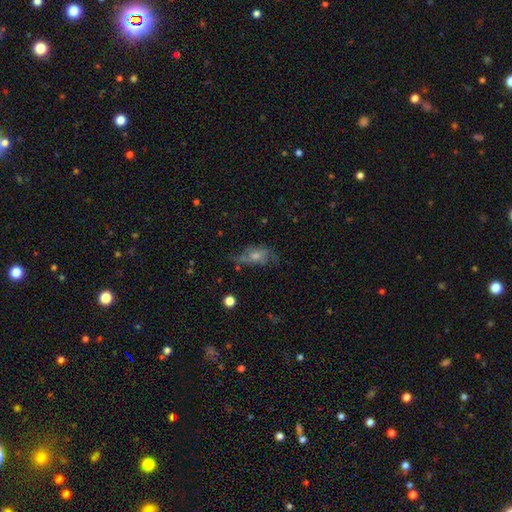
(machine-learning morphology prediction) type=featured or disk (51%); edge-on=no (85%); merging=none (50%).